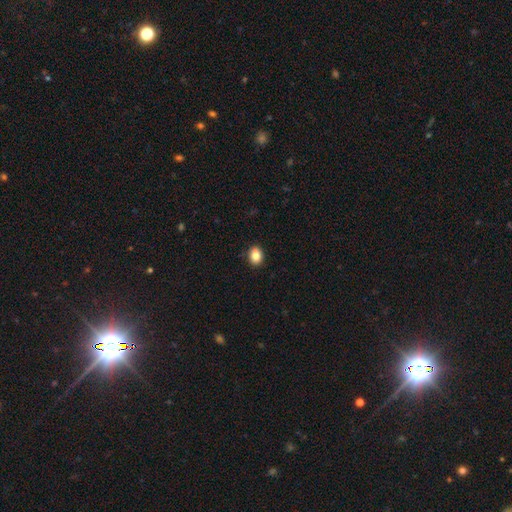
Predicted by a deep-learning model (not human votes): Morphology: type=smooth (84%); roundness=in between (65%); merging=none (88%).